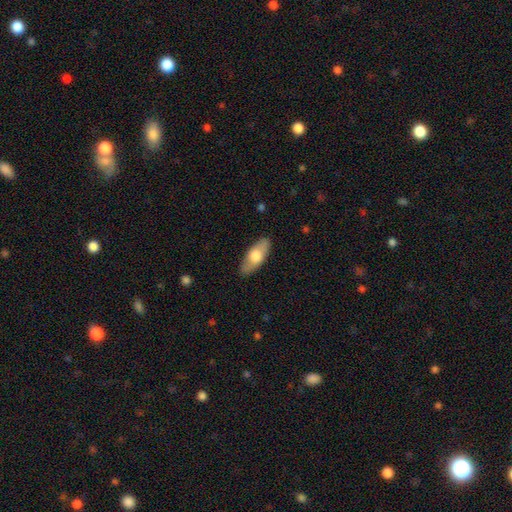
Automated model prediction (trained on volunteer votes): smooth 66%, featured or disk 29%, star or artifact 5%. Down the decision tree: how rounded — in between (78%); merging — none (86%).